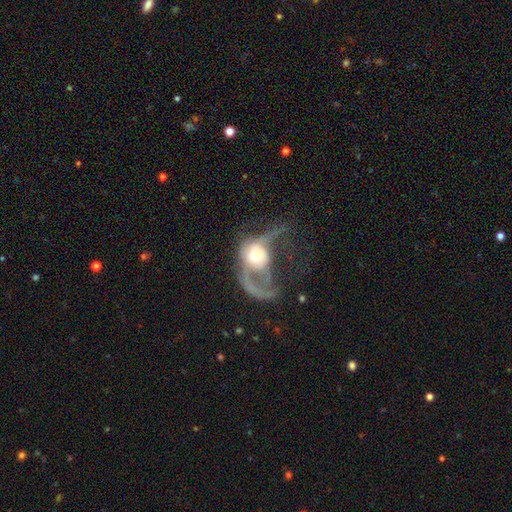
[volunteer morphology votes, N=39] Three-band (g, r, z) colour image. It shows a featured or disk galaxy (59%) with no bar (80%), no spiral arms (60%) and a moderate central bulge (55%). Merging: major disturbance (64%).